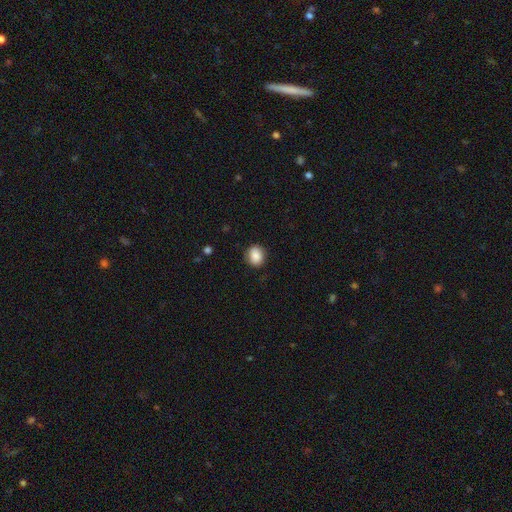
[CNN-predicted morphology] smooth 87%, star or artifact 8%, featured or disk 5%. Down the decision tree: how rounded — round (63%); merging — none (86%).